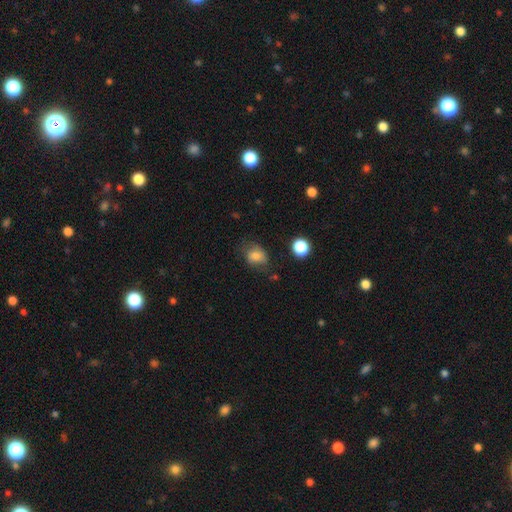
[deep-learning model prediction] This appears to be a smooth galaxy with no disk features (78%) that is in between round and cigar-shaped (57%). Merging: none (58%).